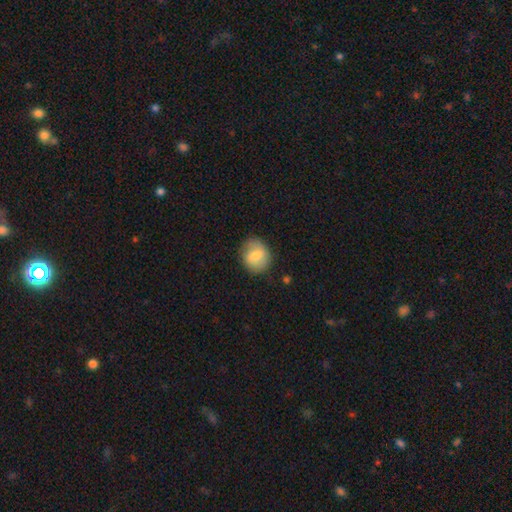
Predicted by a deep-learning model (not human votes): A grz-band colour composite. It shows a smooth galaxy with no disk features (71%) that is round (69%). Merging: none (81%).